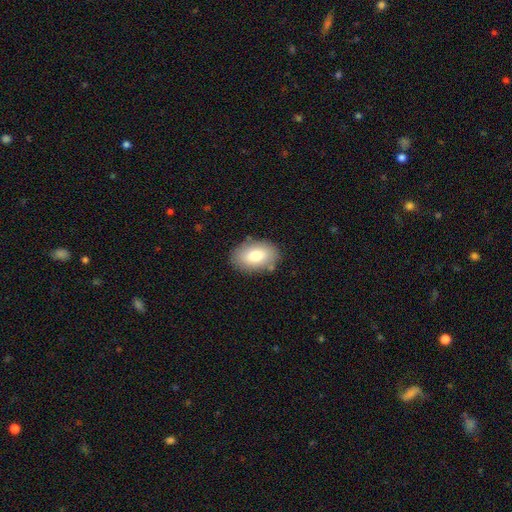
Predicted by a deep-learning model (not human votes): Smooth or featured? smooth (79%)
How rounded? in between (87%)
Merging? none (82%)